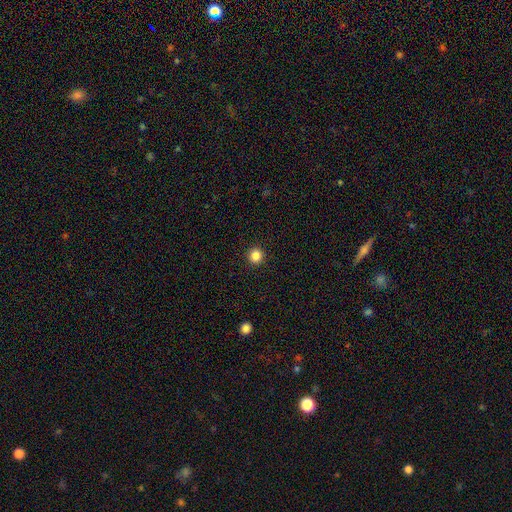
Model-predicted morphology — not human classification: This appears to be a smooth galaxy with no disk features (86%) that is round (94%). Merging: none (93%).